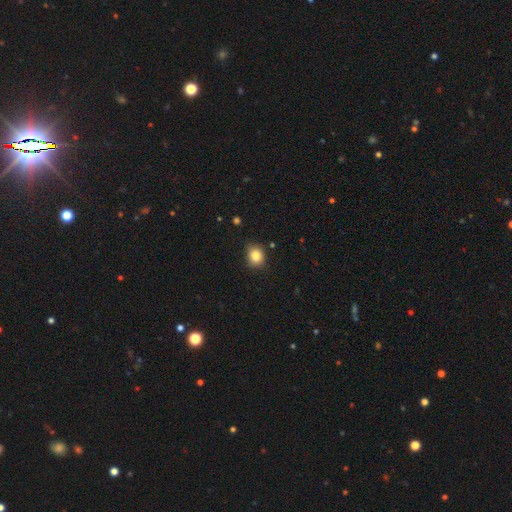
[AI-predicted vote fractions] A smooth galaxy with no disk features (83%) that is round (69%). Merging: none (76%).